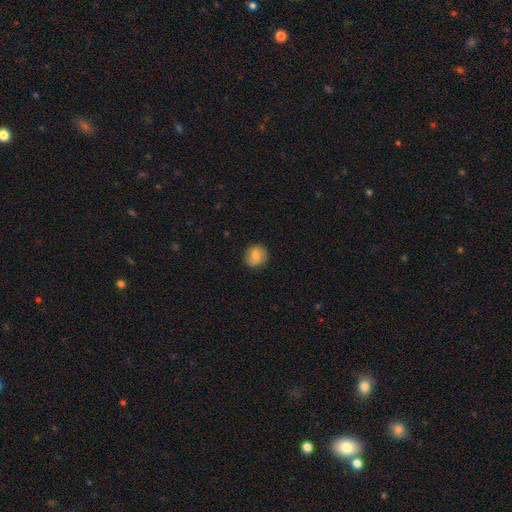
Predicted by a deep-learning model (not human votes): smooth_or_featured: smooth (p=0.71) [alt: featured or disk p=0.21]
how_rounded: round (p=0.89) [alt: in between p=0.10]
merging: none (p=0.87) [alt: minor disturbance p=0.10]